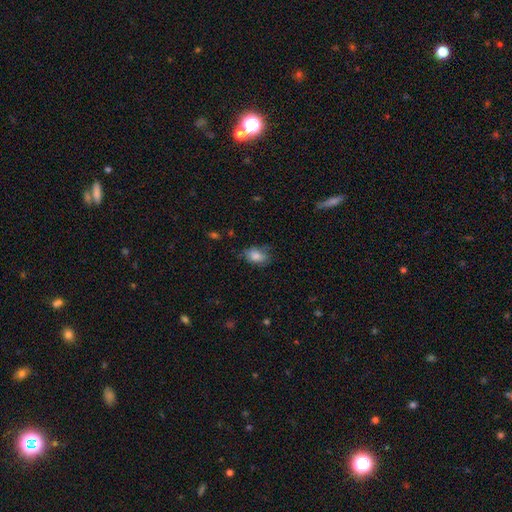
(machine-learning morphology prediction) Smooth or featured? Predicted: smooth (p=0.81). How rounded? Predicted: in between (p=0.83). Merging? Predicted: none (p=0.62).